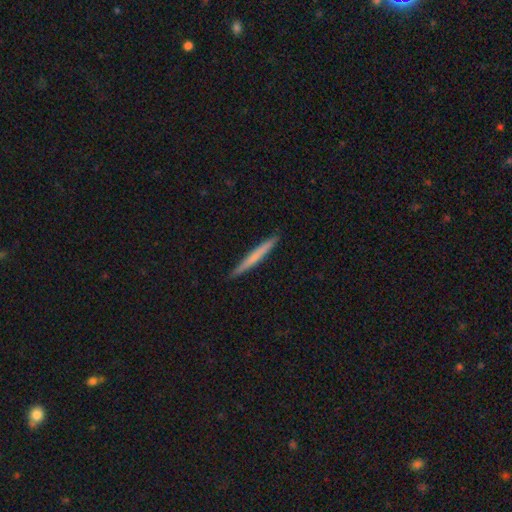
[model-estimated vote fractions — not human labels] Q: Smooth or featured?
A: smooth (63%); runner-up: featured or disk (32%)
Q: How rounded?
A: cigar-shaped (97%); runner-up: in between (2%)
Q: Merging?
A: none (92%); runner-up: minor disturbance (6%)